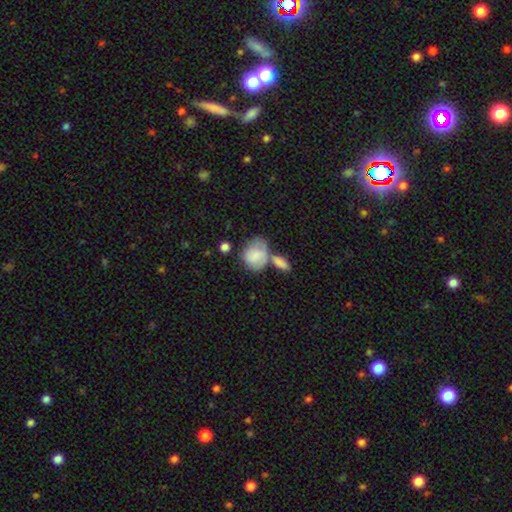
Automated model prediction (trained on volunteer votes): Q: Smooth or featured?
A: smooth (75%); runner-up: featured or disk (18%)
Q: How rounded?
A: in between (57%); runner-up: round (42%)
Q: Merging?
A: merger (38%); runner-up: none (31%)